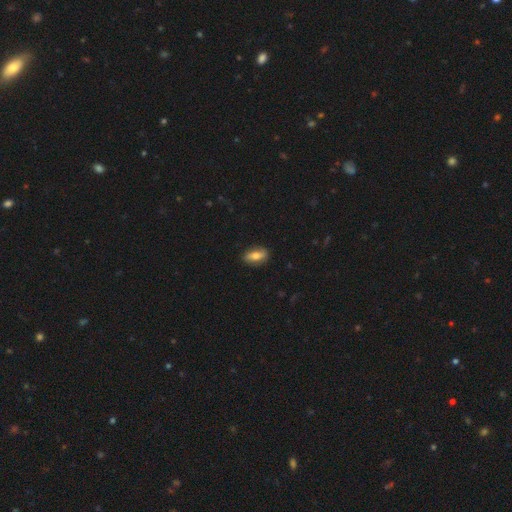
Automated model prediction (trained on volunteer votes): This appears to be a smooth galaxy with no disk features (67%) that is in between round and cigar-shaped (83%). Merging: none (84%).